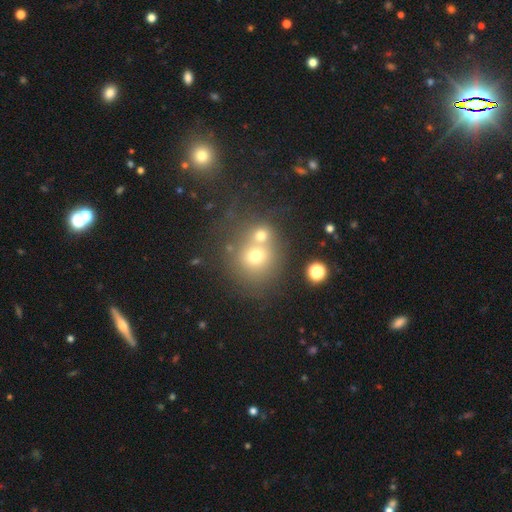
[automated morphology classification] Smooth or featured?
  - smooth: 64% *
  - star or artifact: 18%
  - featured or disk: 17%
How rounded?
  - round: 84% *
  - in between: 15%
  - cigar-shaped: 1%
Merging?
  - none: 44% *
  - merger: 42%
  - minor disturbance: 9%
  - major disturbance: 5%